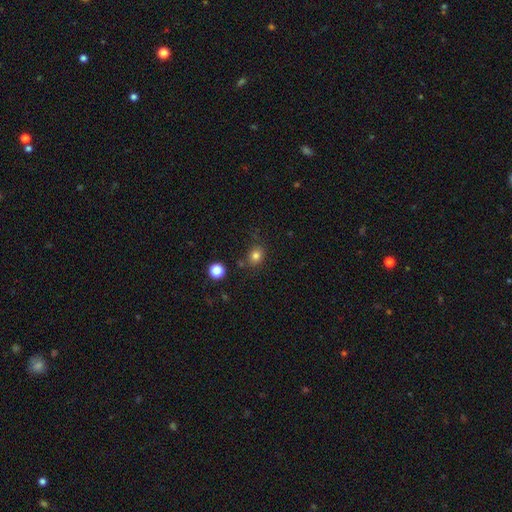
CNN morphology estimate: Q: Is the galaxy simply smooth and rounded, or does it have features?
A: smooth — 80%.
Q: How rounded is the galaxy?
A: round — 60%.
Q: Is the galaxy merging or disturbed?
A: none — 77%.